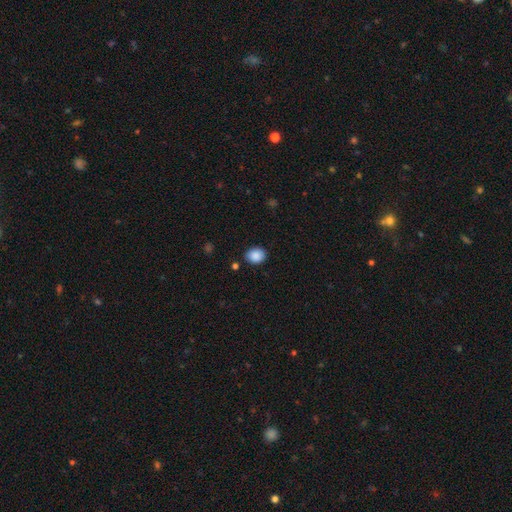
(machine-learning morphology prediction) type=smooth (89%); roundness=in between (54%); merging=none (85%).